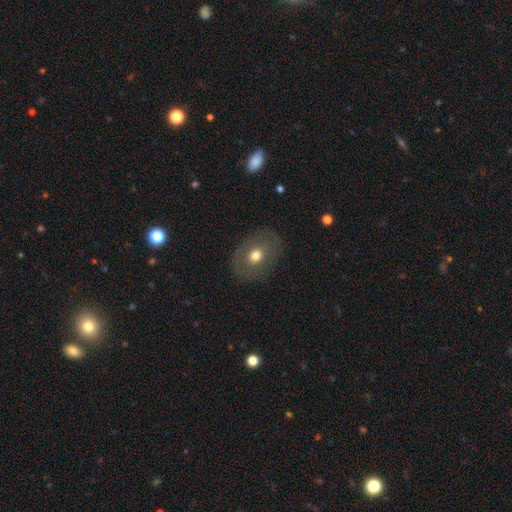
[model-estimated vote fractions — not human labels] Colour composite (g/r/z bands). It shows a smooth galaxy with no disk features (63%) that is in between round and cigar-shaped (61%). Merging: none (83%).